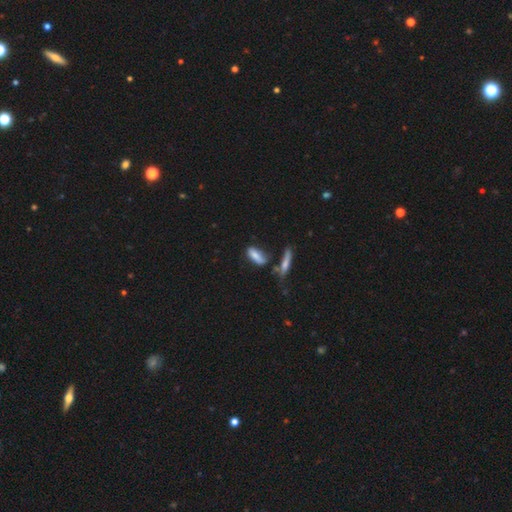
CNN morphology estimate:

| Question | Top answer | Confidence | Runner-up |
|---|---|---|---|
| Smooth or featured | smooth | 73% | featured or disk (18%) |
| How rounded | in between | 64% | cigar-shaped (33%) |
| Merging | none | 49% | minor disturbance (22%) |